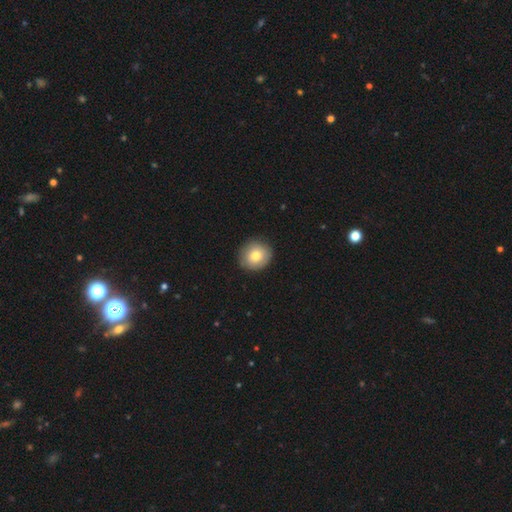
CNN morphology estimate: Overall: smooth (77%). How rounded: round (87%). Merging: none (88%).